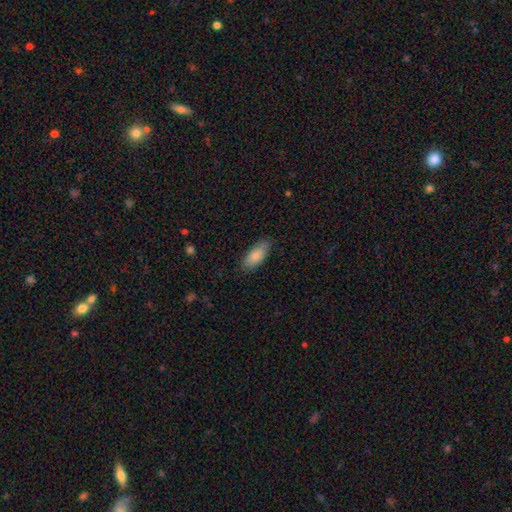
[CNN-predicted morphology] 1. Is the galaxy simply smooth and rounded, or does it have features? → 83% smooth, 11% featured or disk, 6% star or artifact.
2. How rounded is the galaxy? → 85% in between, 13% cigar-shaped, 2% round.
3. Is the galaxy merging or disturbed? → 83% none, 14% minor disturbance, 3% major disturbance, 1% merger.